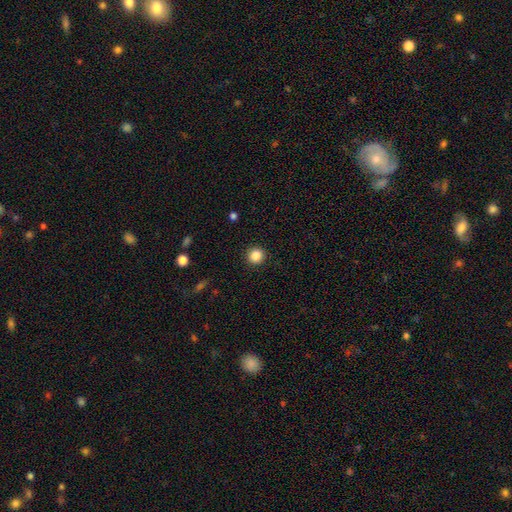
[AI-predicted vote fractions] The model was most divided on "smooth or featured": smooth: 86%, star or artifact: 11%, featured or disk: 3%. More confident: how rounded — round (94%); merging — none (92%).